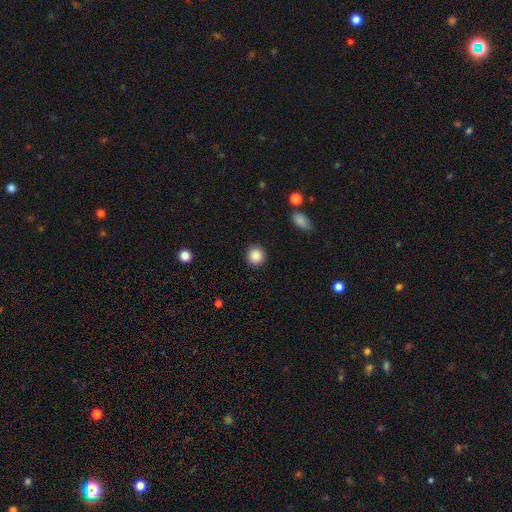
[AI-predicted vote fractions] Morphology: type=smooth (88%); roundness=round (92%); merging=none (91%).